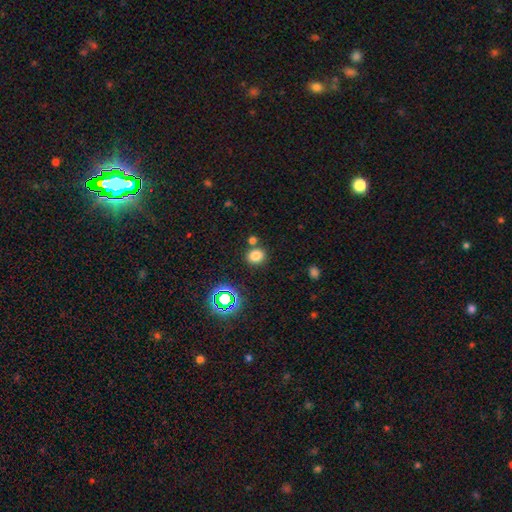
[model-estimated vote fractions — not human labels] Smooth or featured? smooth (76%)
How rounded? round (66%)
Merging? none (75%)